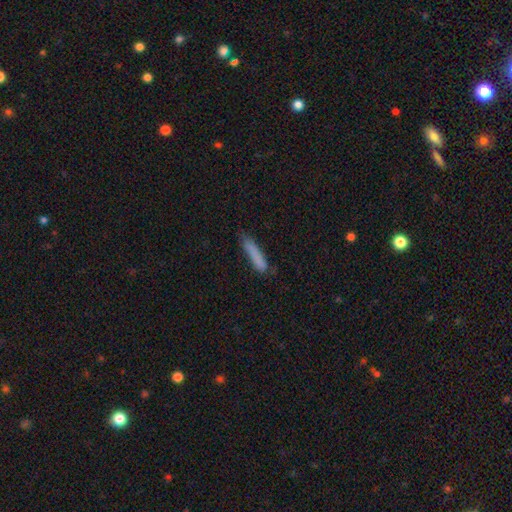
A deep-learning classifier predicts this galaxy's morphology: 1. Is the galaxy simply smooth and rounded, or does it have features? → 81% smooth, 12% featured or disk, 8% star or artifact.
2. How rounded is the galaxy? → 89% cigar-shaped, 9% in between, 1% round.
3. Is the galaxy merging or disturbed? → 70% none, 22% minor disturbance, 5% major disturbance, 3% merger.